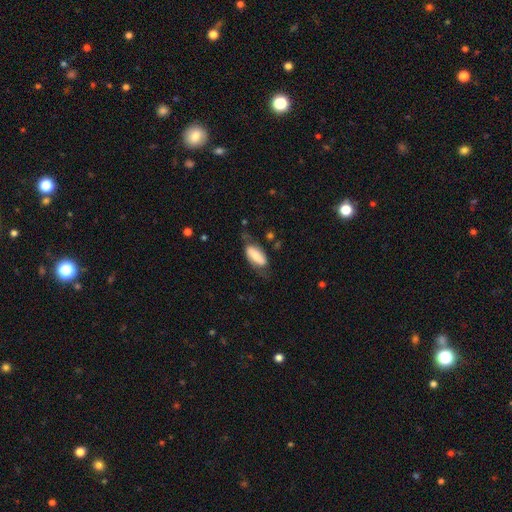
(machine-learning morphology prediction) Smooth or featured: smooth — 53% (featured or disk — 40%)
How rounded: in between — 86% (cigar-shaped — 11%)
Merging: none — 54% (minor disturbance — 28%)